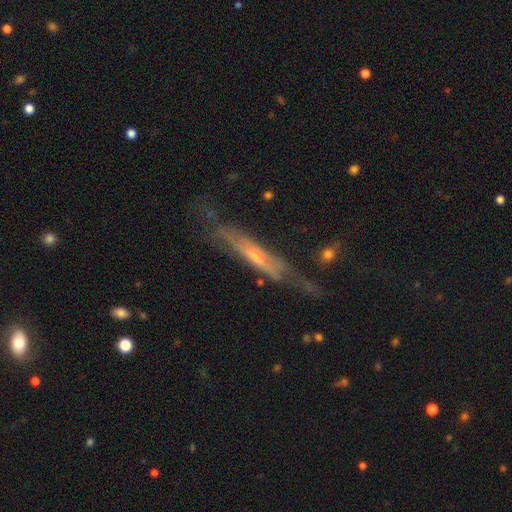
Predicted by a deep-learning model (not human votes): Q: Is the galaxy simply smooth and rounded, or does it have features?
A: featured or disk — 69%.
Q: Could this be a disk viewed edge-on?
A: yes — 73%.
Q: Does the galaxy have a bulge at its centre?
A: rounded — 56%.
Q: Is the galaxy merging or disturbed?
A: none — 62%.